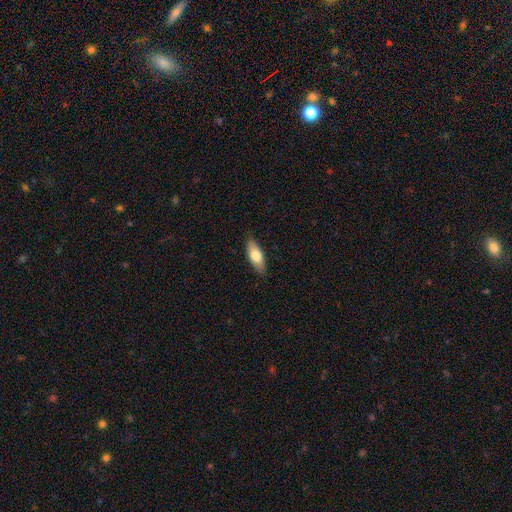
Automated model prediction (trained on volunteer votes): smooth_or_featured: smooth (p=0.74) [alt: featured or disk p=0.20]
how_rounded: in between (p=0.75) [alt: cigar-shaped p=0.23]
merging: none (p=0.85) [alt: minor disturbance p=0.12]